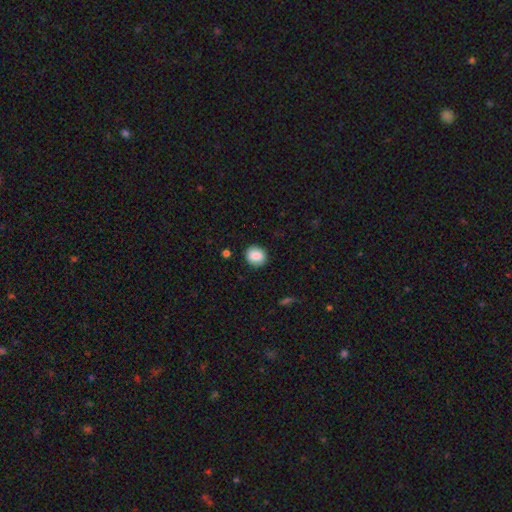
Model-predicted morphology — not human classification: The model was most divided on "how rounded": round: 75%, in between: 24%, cigar-shaped: 1%. More confident: merging — none (88%); smooth or featured — smooth (87%).